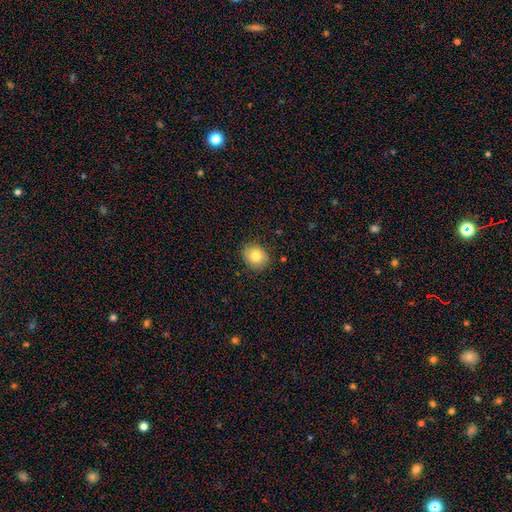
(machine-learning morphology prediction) type=smooth (80%); roundness=round (67%); merging=none (87%).